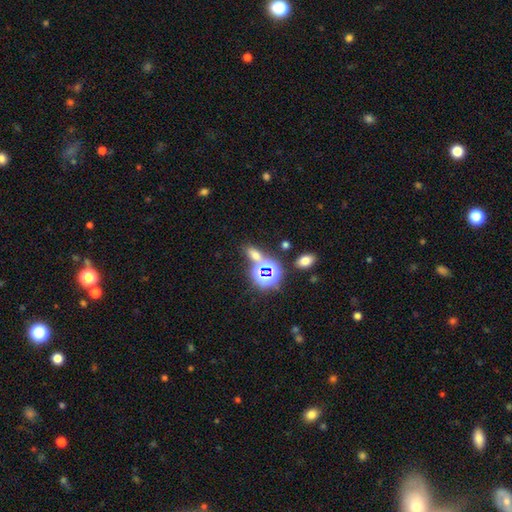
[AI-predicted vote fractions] Smooth or featured? smooth (51%)
How rounded? in between (65%)
Merging? none (66%)